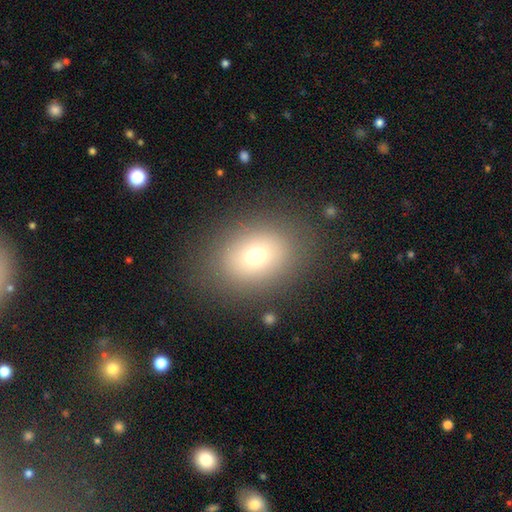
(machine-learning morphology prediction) The model was most divided on "how rounded": in between: 60%, round: 39%, cigar-shaped: 1%. More confident: merging — none (83%); smooth or featured — smooth (69%).